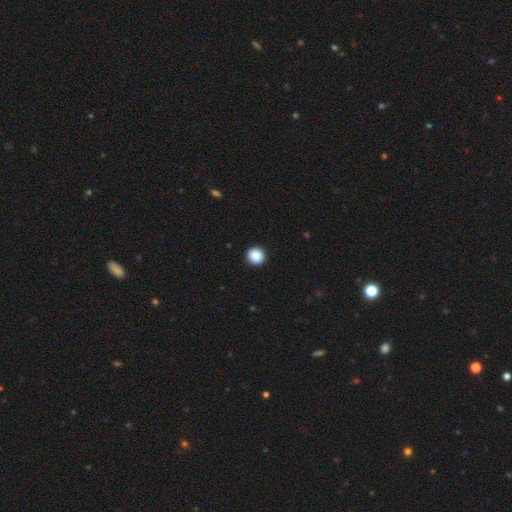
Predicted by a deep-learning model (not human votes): Smooth or featured?
  - smooth: 88% *
  - star or artifact: 9%
  - featured or disk: 3%
How rounded?
  - round: 94% *
  - in between: 5%
  - cigar-shaped: 1%
Merging?
  - none: 93% *
  - minor disturbance: 4%
  - major disturbance: 2%
  - merger: 1%